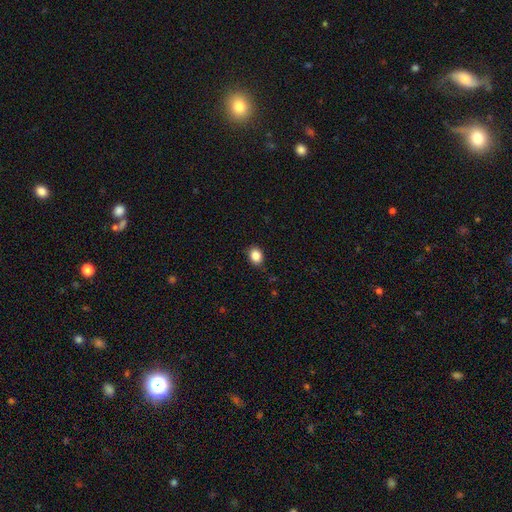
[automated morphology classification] type=smooth (86%); roundness=in between (53%); merging=none (85%).